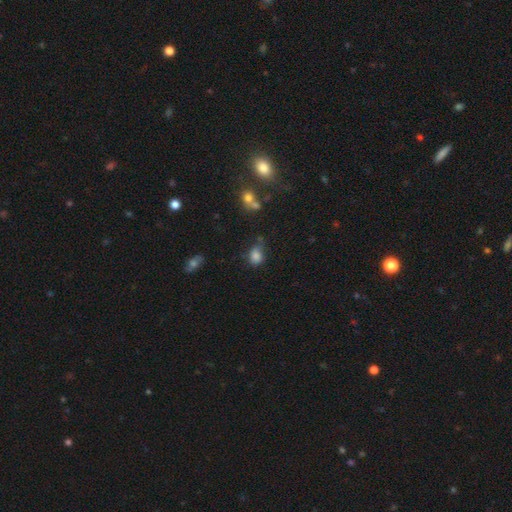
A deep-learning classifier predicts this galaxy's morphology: Smooth or featured: smooth — 80% (star or artifact — 12%)
How rounded: in between — 59% (round — 39%)
Merging: none — 46% (minor disturbance — 33%)